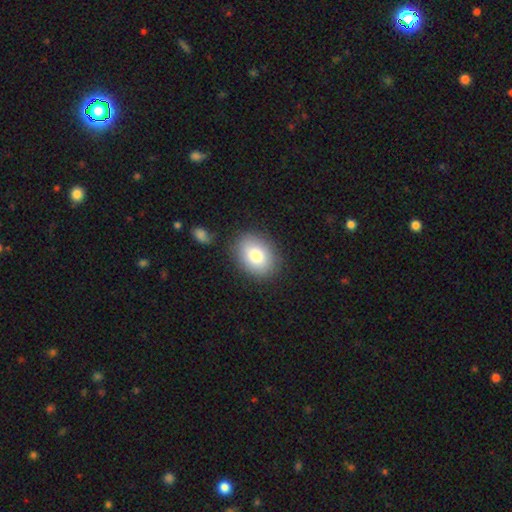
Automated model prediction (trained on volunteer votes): smooth_or_featured: smooth (p=0.82) [alt: featured or disk p=0.11]
how_rounded: in between (p=0.68) [alt: round p=0.31]
merging: none (p=0.84) [alt: minor disturbance p=0.10]